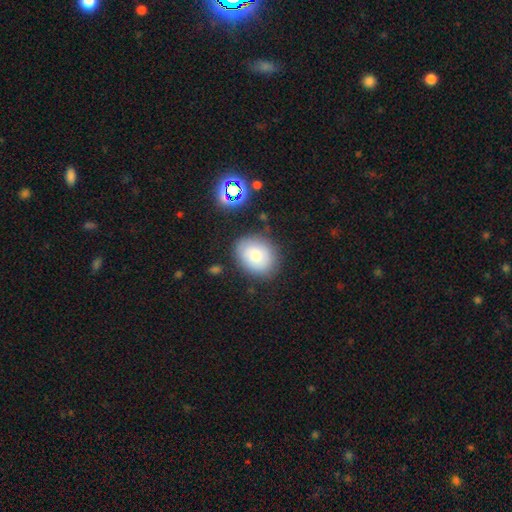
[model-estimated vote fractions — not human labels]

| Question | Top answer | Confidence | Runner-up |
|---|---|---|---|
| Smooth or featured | smooth | 73% | featured or disk (16%) |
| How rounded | round | 56% | in between (43%) |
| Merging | none | 80% | minor disturbance (13%) |